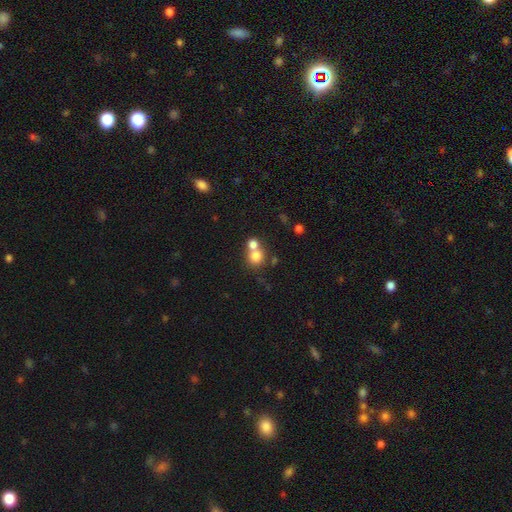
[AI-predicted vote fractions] smooth_or_featured: smooth (p=0.77) [alt: featured or disk p=0.12]
how_rounded: round (p=0.83) [alt: in between p=0.16]
merging: merger (p=0.52) [alt: none p=0.39]